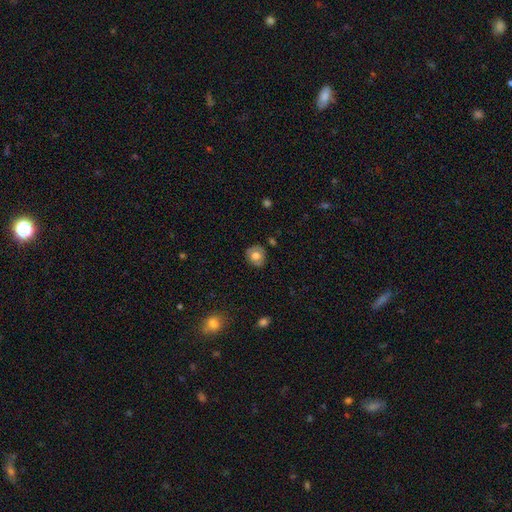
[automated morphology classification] Smooth or featured? smooth (70%)
How rounded? round (75%)
Merging? none (81%)